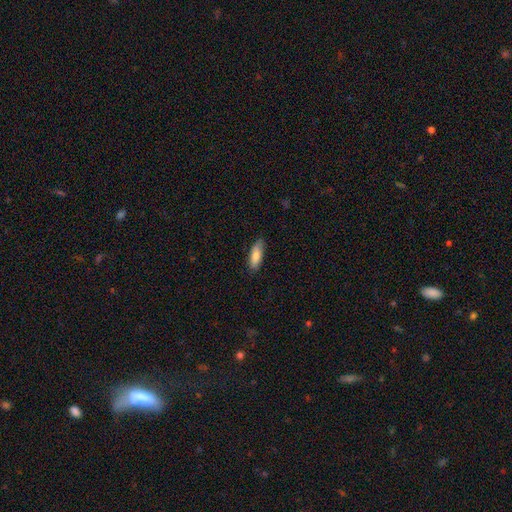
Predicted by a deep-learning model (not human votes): smooth_or_featured: smooth (p=0.83) [alt: featured or disk p=0.11]
how_rounded: in between (p=0.63) [alt: cigar-shaped p=0.35]
merging: none (p=0.82) [alt: minor disturbance p=0.15]